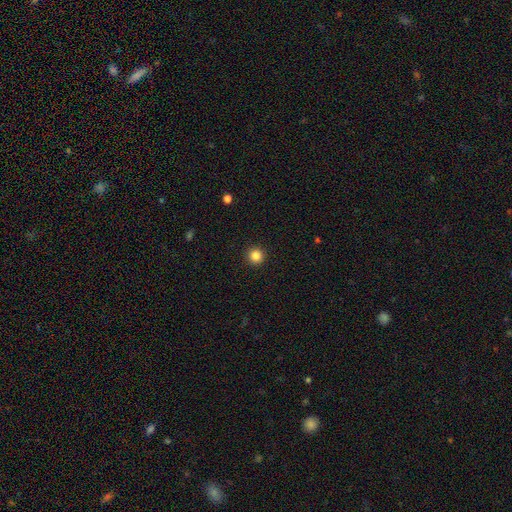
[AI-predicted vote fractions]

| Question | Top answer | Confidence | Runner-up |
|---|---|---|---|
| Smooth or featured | smooth | 85% | star or artifact (11%) |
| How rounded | round | 96% | in between (3%) |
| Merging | none | 94% | minor disturbance (4%) |